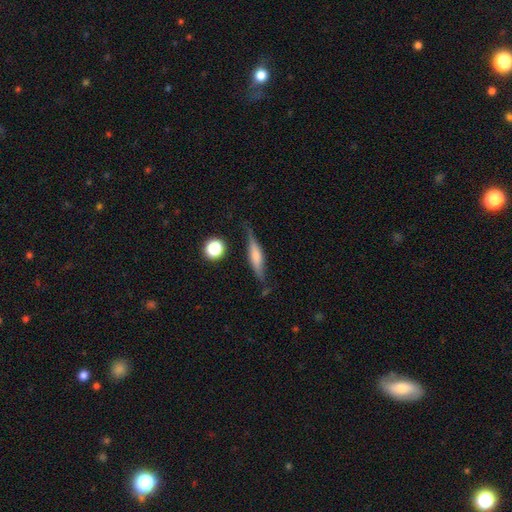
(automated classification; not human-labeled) This appears to be a featured or disk galaxy (57%) viewed edge-on (93%) with a rounded central bulge (64%). Merging: none (76%).